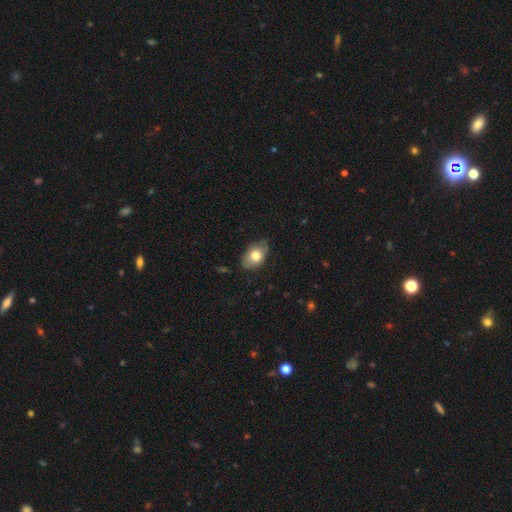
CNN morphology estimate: This appears to be a smooth galaxy with no disk features (75%) that is in between round and cigar-shaped (86%). Merging: none (74%).